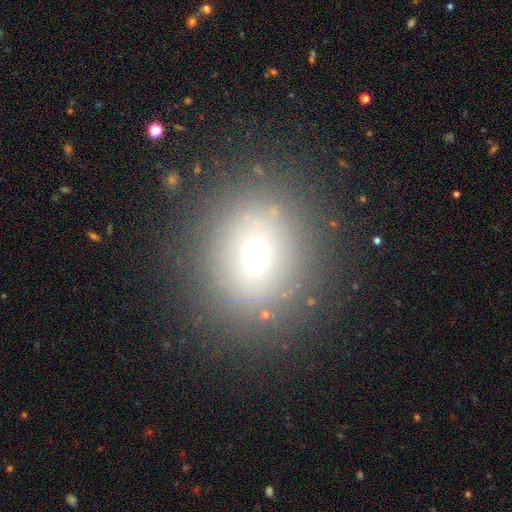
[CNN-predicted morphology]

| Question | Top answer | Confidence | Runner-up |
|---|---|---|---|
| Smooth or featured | smooth | 65% | star or artifact (19%) |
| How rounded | round | 66% | in between (33%) |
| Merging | none | 82% | minor disturbance (11%) |